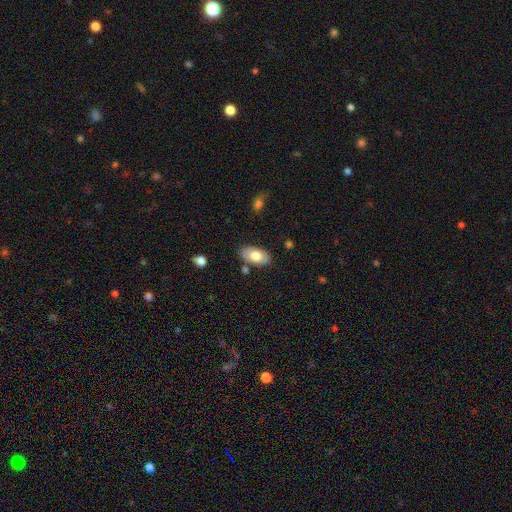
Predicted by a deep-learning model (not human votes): smooth-or-featured: smooth: 75% | featured or disk: 19% | star or artifact: 6%
  how-rounded: in between: 95% | round: 3% | cigar-shaped: 2%
  merging: none: 82% | minor disturbance: 12% | merger: 4% | major disturbance: 3%